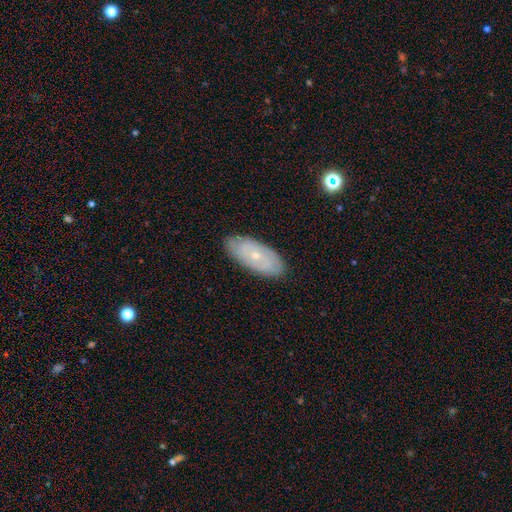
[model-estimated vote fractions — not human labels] A featured or disk galaxy (62%) with no bar (82%), spiral arms (64%) and a small central bulge (76%). Merging: none (85%).